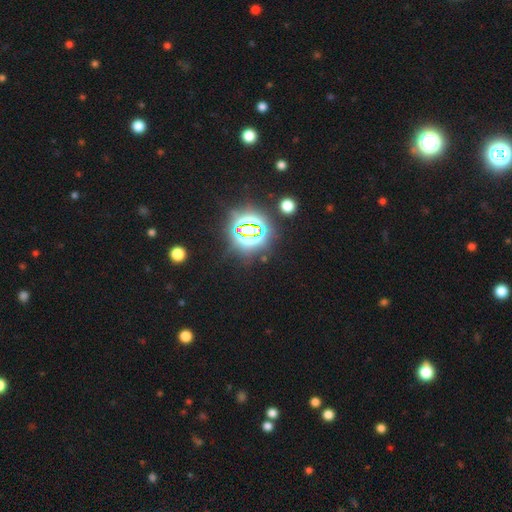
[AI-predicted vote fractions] Morphology: type=star or artifact (78%).